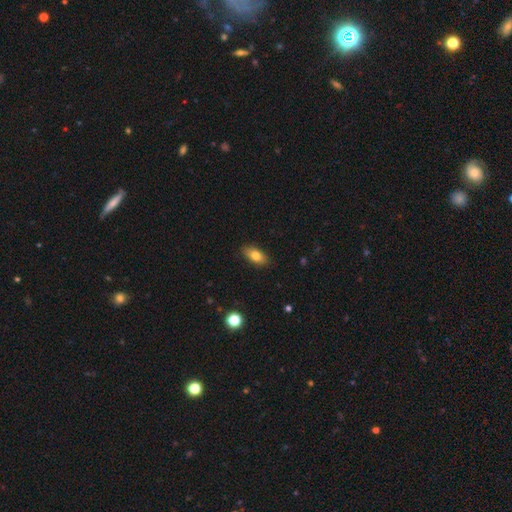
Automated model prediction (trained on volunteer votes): Smooth or featured: smooth — 78% (featured or disk — 14%)
How rounded: in between — 86% (cigar-shaped — 8%)
Merging: none — 87% (minor disturbance — 10%)